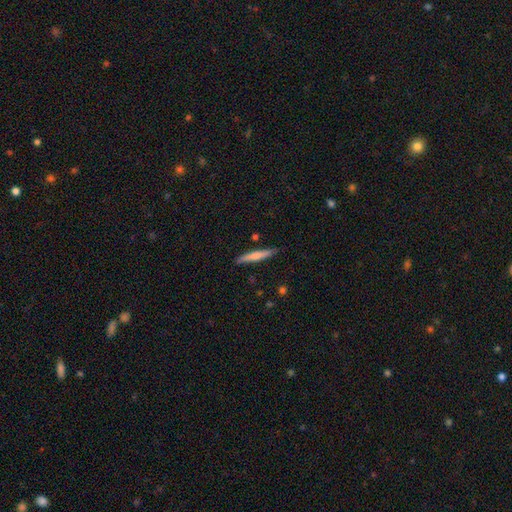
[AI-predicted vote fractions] Smooth or featured? Predicted: smooth (p=0.62). How rounded? Predicted: cigar-shaped (p=0.94). Merging? Predicted: none (p=0.86).